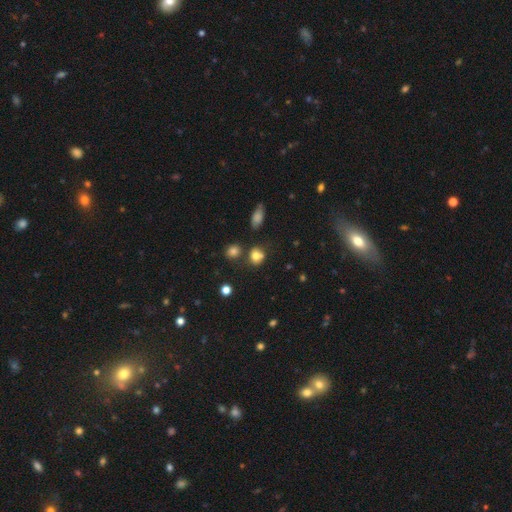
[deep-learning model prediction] A smooth galaxy with no disk features (76%) that is round (68%).

Vote fractions:
- Smooth or featured? smooth: 76% / star or artifact: 15% / featured or disk: 9%
- How rounded? round: 68% / in between: 31% / cigar-shaped: 1%
- Merging? none: 59% / merger: 18% / minor disturbance: 17% / major disturbance: 6%